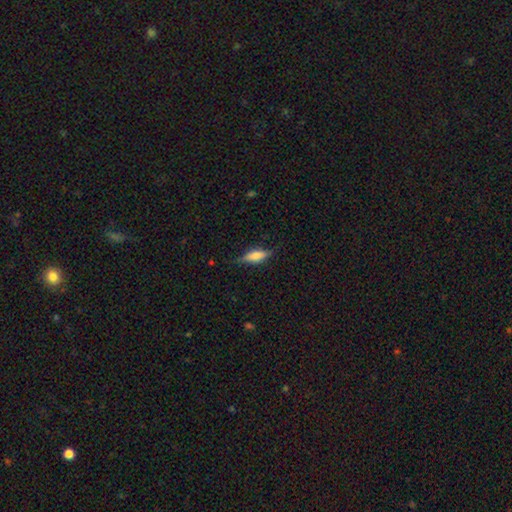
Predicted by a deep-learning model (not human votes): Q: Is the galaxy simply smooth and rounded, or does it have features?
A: smooth — 52%.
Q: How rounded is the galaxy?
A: in between — 55%.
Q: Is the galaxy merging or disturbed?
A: none — 77%.